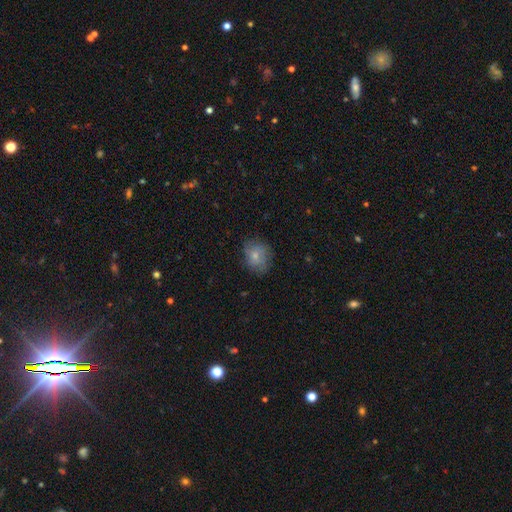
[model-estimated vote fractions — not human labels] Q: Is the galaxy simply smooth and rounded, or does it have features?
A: smooth — 65%.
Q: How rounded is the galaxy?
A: round — 60%.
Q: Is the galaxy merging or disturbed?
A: none — 69%.